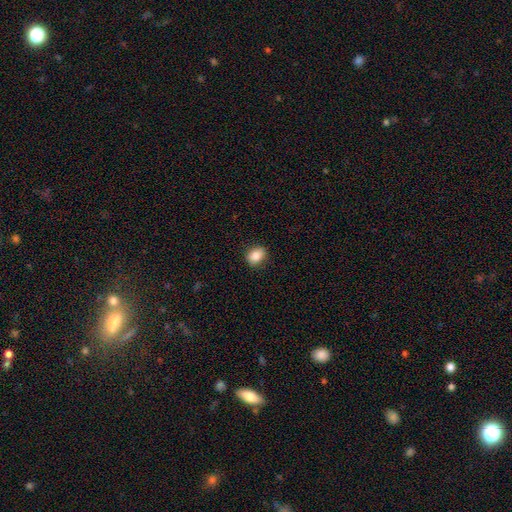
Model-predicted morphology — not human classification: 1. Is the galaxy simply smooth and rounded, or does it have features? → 87% smooth, 8% star or artifact, 5% featured or disk.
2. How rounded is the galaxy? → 58% in between, 41% round, 1% cigar-shaped.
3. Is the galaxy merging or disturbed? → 86% none, 11% minor disturbance, 2% major disturbance, 1% merger.